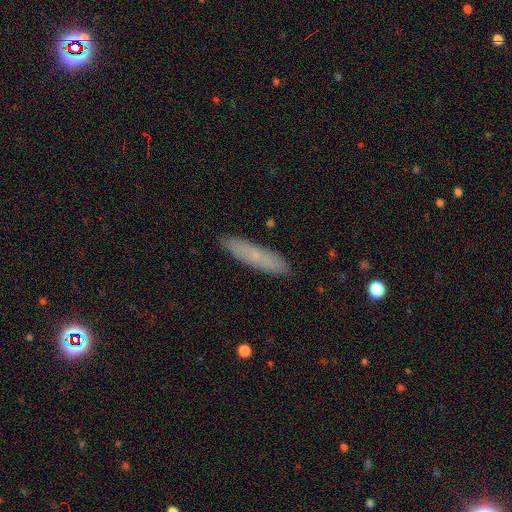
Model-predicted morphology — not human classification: This appears to be a smooth galaxy with no disk features (64%) that is cigar-shaped (78%). Merging: none (89%).